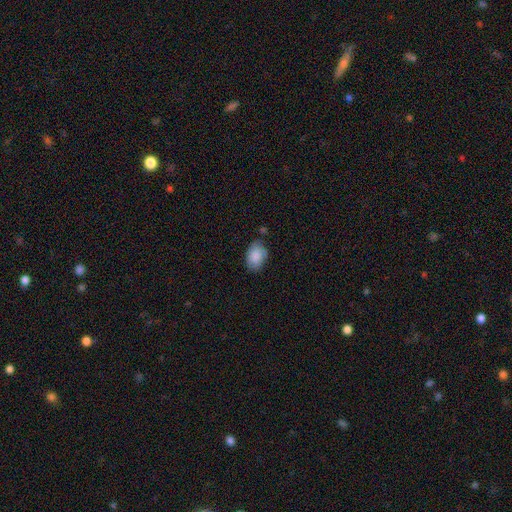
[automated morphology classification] smooth_or_featured: smooth (p=0.86) [alt: featured or disk p=0.07]
how_rounded: in between (p=0.83) [alt: round p=0.16]
merging: none (p=0.69) [alt: minor disturbance p=0.23]